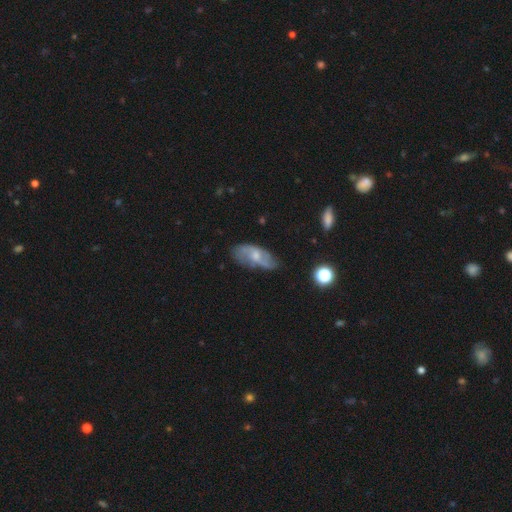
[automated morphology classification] Smooth or featured?
  - featured or disk: 59% *
  - smooth: 34%
  - star or artifact: 7%
Edge-on disk?
  - no: 91% *
  - yes: 9%
Bar?
  - no: 54% *
  - weak: 39%
  - strong: 7%
Spiral arms?
  - yes: 78% *
  - no: 22%
Bulge size?
  - small: 47% *
  - moderate: 41%
  - none: 9%
  - large: 3%
  - dominant: 1%
Merging?
  - none: 60% *
  - minor disturbance: 27%
  - major disturbance: 10%
  - merger: 3%